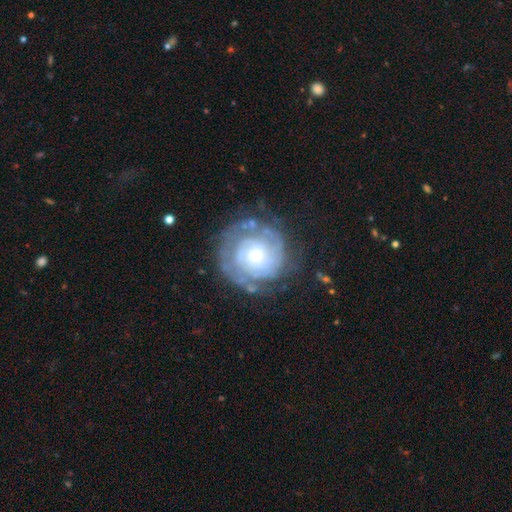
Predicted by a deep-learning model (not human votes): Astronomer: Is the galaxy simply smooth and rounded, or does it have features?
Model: featured or disk — 81%.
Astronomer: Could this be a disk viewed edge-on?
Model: no — 98%.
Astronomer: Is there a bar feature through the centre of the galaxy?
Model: no — 78%.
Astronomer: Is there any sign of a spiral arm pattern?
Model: yes — 90%.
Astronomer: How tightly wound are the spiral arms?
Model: tight — 77%.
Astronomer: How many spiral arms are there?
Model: can't tell — 37% (runner-up: 2, 32%).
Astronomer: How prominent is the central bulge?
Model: small — 60%.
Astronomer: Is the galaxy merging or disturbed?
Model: none — 70%.